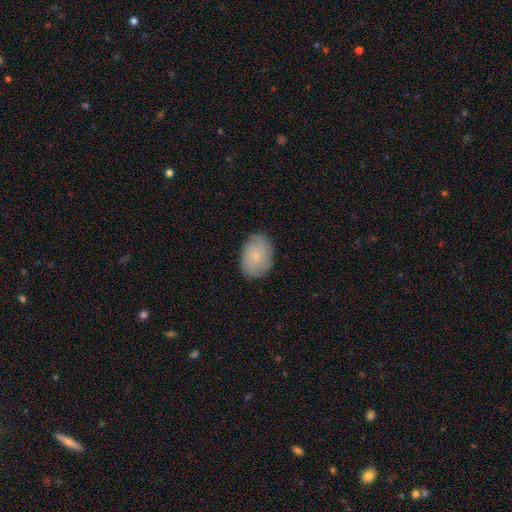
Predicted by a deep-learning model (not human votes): smooth 67%, featured or disk 25%, star or artifact 8%. Down the decision tree: how rounded — in between (76%); merging — none (82%).